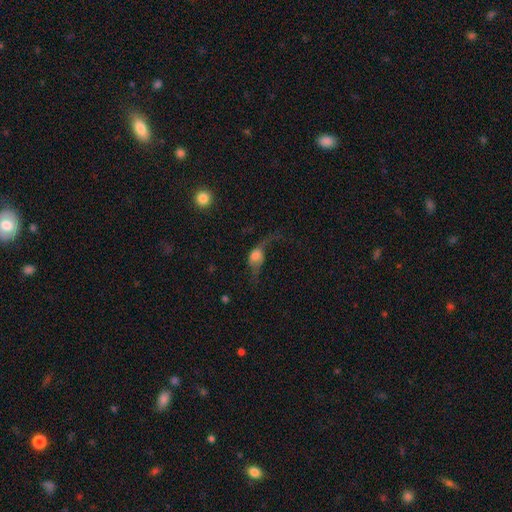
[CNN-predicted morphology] Smooth or featured? smooth (48%)
Merging? major disturbance (57%)